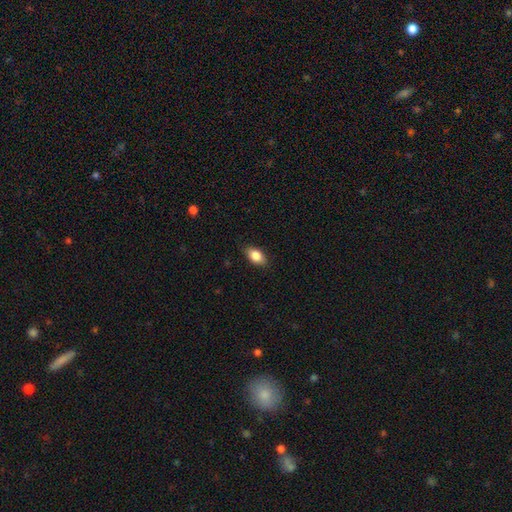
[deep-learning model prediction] A smooth galaxy with no disk features (85%) that is in between round and cigar-shaped (89%).

Vote fractions:
- Smooth or featured? smooth: 85% / featured or disk: 8% / star or artifact: 7%
- How rounded? in between: 89% / round: 8% / cigar-shaped: 3%
- Merging? none: 85% / minor disturbance: 12% / major disturbance: 2% / merger: 1%